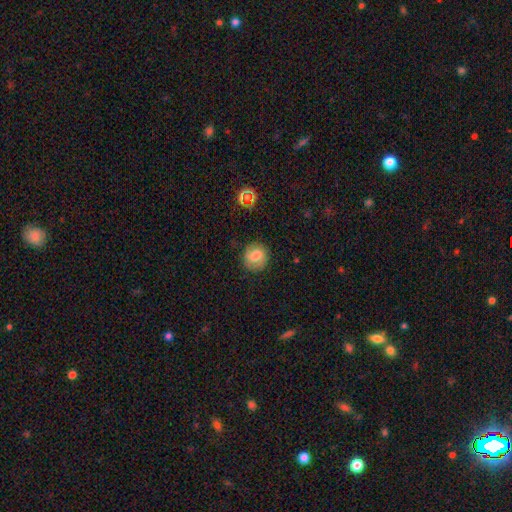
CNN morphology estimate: type=smooth (72%); roundness=round (83%); merging=none (83%).